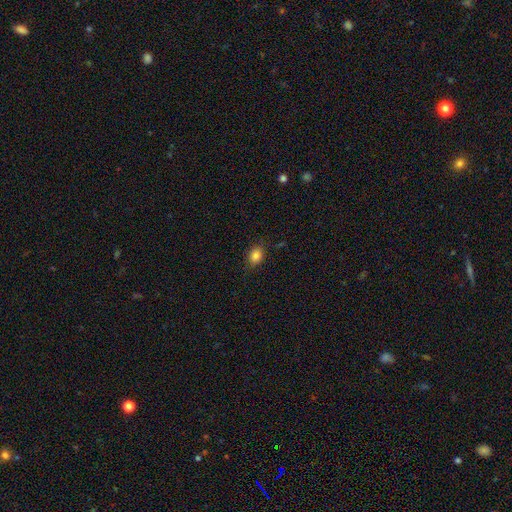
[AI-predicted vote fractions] Smooth or featured: smooth — 85% (star or artifact — 10%)
How rounded: in between — 56% (round — 42%)
Merging: none — 83% (minor disturbance — 13%)